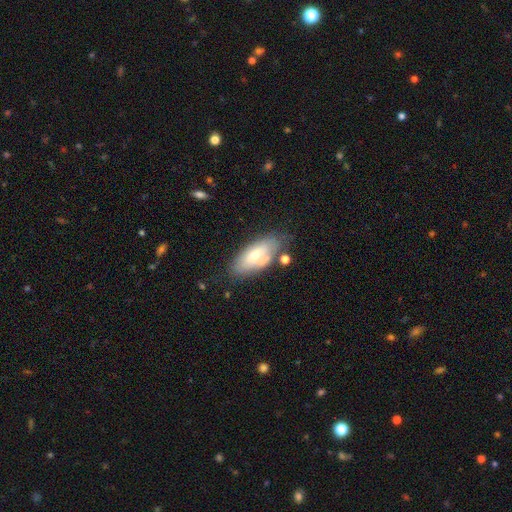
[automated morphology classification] smooth_or_featured: smooth (p=0.60) [alt: featured or disk p=0.33]
how_rounded: in between (p=0.87) [alt: cigar-shaped p=0.10]
merging: none (p=0.62) [alt: minor disturbance p=0.23]